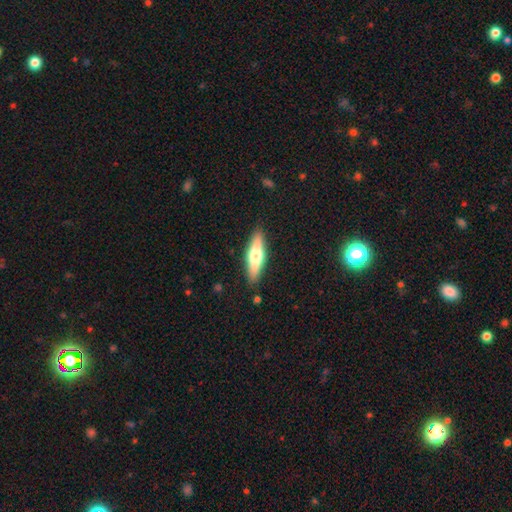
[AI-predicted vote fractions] Overall: smooth (49%; featured or disk 45%). Merging: none (88%).